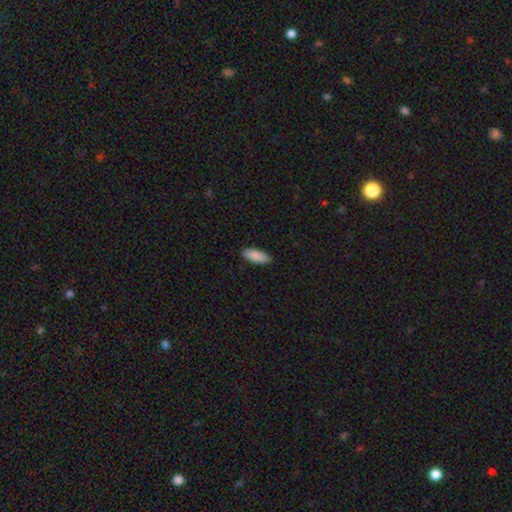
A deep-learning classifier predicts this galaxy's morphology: Smooth or featured? smooth (90%)
How rounded? in between (74%)
Merging? none (88%)